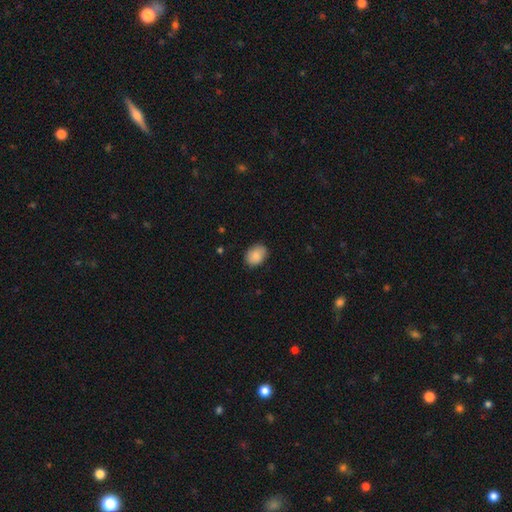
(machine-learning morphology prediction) The model was most divided on "how rounded": in between: 67%, round: 32%, cigar-shaped: 1%. More confident: smooth or featured — smooth (87%); merging — none (84%).